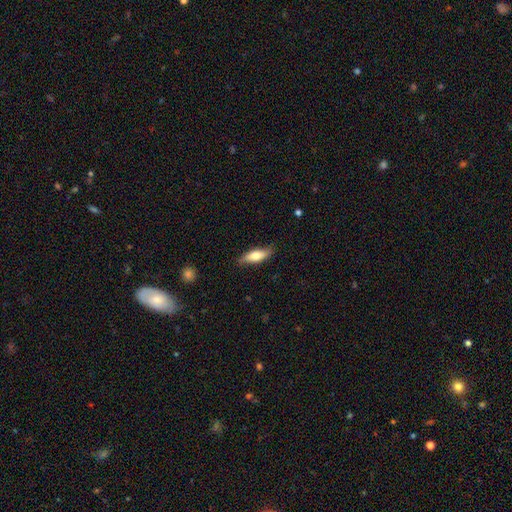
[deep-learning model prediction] smooth_or_featured: smooth (p=0.64) [alt: featured or disk p=0.30]
how_rounded: in between (p=0.57) [alt: cigar-shaped p=0.40]
merging: none (p=0.77) [alt: minor disturbance p=0.18]